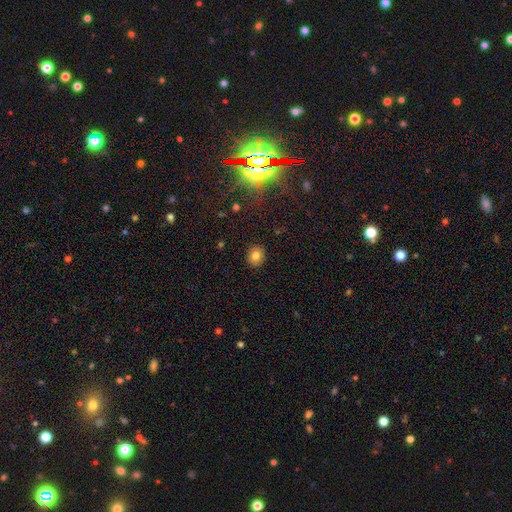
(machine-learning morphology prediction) This is clearly a smooth galaxy (80%). How rounded: likely round (75%). Merging: clearly none (90%).